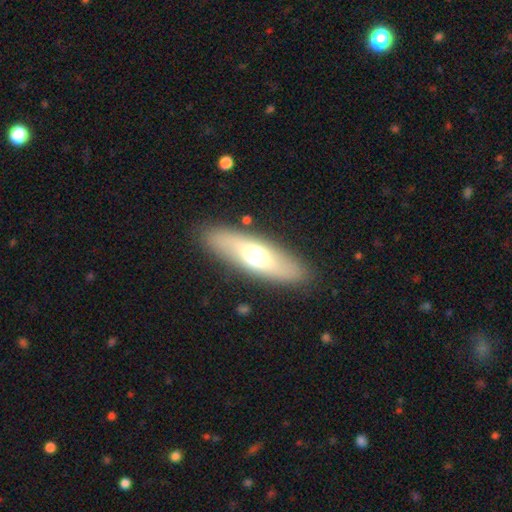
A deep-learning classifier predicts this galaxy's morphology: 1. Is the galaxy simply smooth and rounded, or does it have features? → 57% smooth, 36% featured or disk, 7% star or artifact.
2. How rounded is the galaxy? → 54% in between, 43% cigar-shaped, 3% round.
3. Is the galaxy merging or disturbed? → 87% none, 9% minor disturbance, 3% major disturbance, 1% merger.